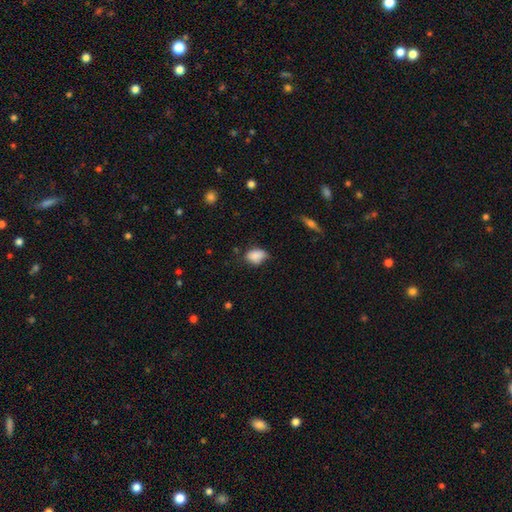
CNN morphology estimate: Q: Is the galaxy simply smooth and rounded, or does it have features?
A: smooth — 85%.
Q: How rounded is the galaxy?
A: in between — 81%.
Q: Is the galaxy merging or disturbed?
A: none — 53%.